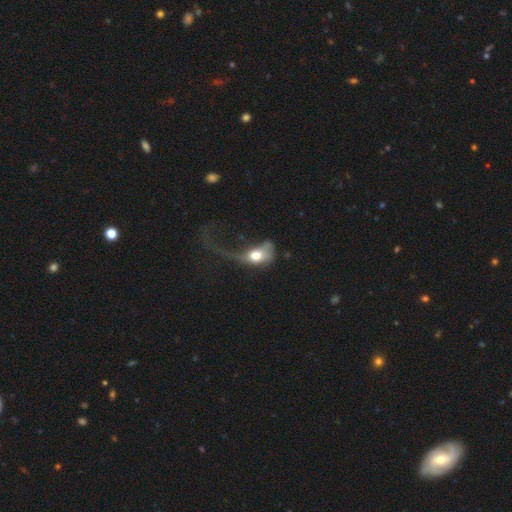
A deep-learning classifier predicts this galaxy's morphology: A smooth galaxy with no disk features (61%) that is in between round and cigar-shaped (74%).

Vote fractions:
- Smooth or featured? smooth: 61% / featured or disk: 31% / star or artifact: 8%
- How rounded? in between: 74% / round: 22% / cigar-shaped: 4%
- Merging? major disturbance: 70% / minor disturbance: 12% / none: 12% / merger: 6%